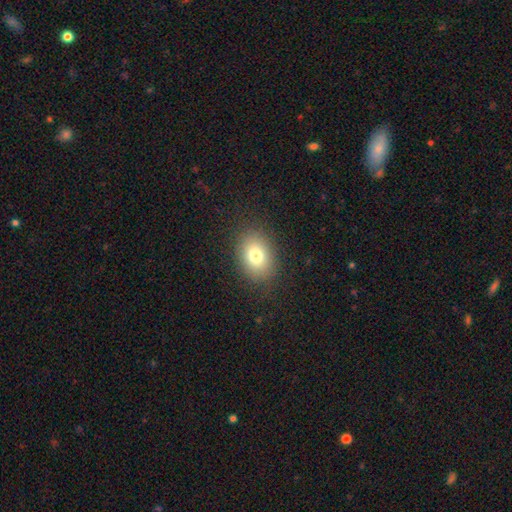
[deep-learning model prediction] The model was most divided on "how rounded": in between: 69%, round: 30%, cigar-shaped: 1%. More confident: merging — none (86%); smooth or featured — smooth (78%).